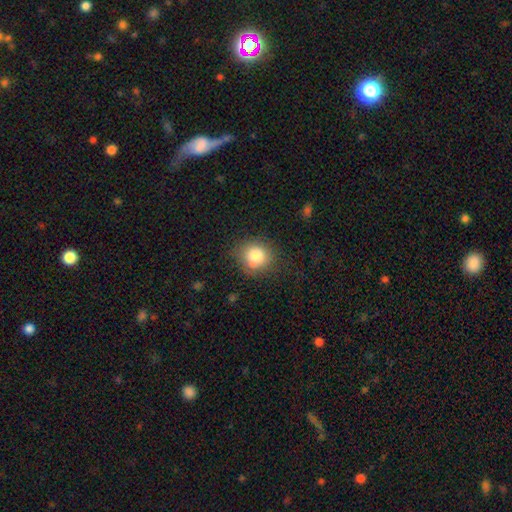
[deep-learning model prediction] Overall: smooth (81%). How rounded: round (80%). Merging: none (74%).